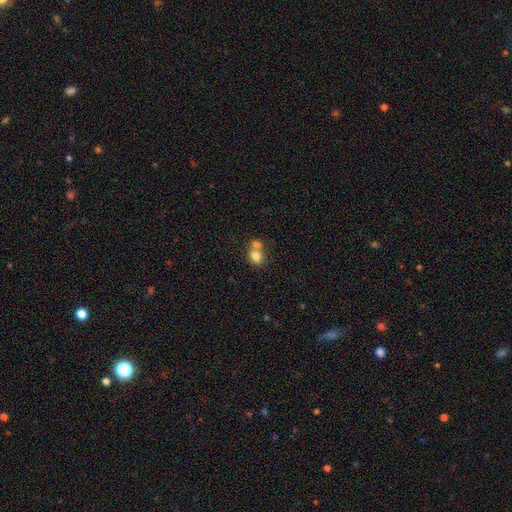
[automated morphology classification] Overall: smooth (80%). How rounded: round (53%; in between 46%). Merging: merger (52%; none 37%).